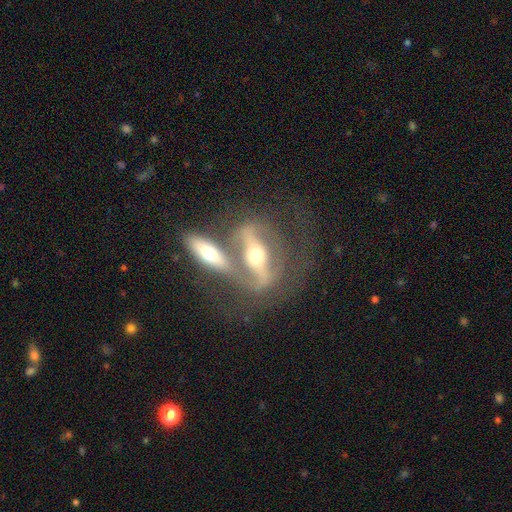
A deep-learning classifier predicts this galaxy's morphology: Smooth or featured? Predicted: featured or disk (p=0.78). Edge-on disk? Predicted: no (p=0.58). Merging? Predicted: merger (p=0.50).